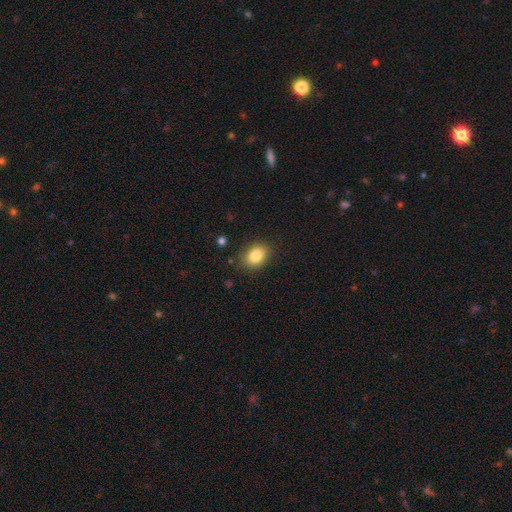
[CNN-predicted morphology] smooth-or-featured: smooth: 84% | star or artifact: 9% | featured or disk: 7%
  how-rounded: in between: 66% | round: 33% | cigar-shaped: 1%
  merging: none: 85% | minor disturbance: 11% | major disturbance: 3% | merger: 1%